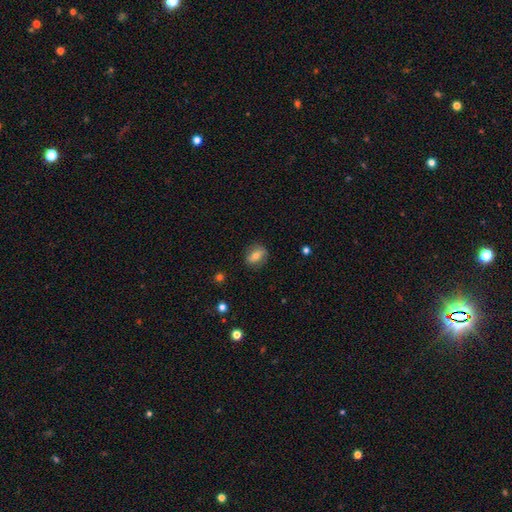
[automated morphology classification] Smooth or featured? smooth (50%)
Merging? none (80%)